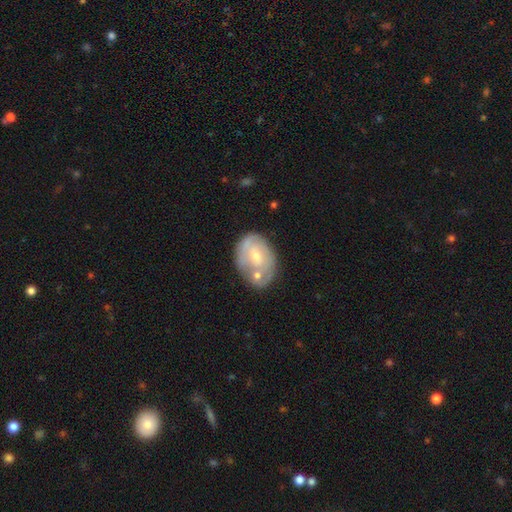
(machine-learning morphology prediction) This appears to be a featured or disk galaxy (58%) with no bar (64%), spiral arms (55%) and a small central bulge (56%). Merging: none (42%).